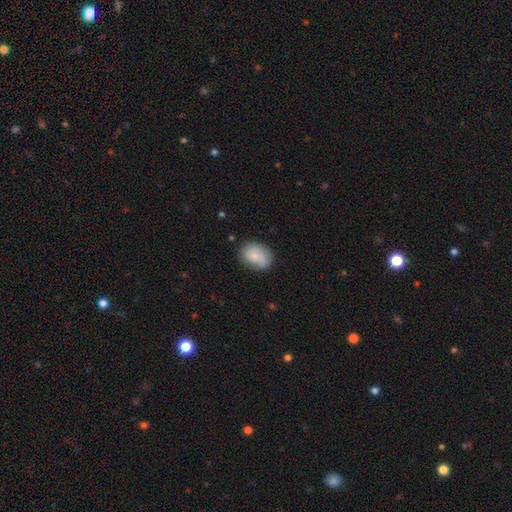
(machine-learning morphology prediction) smooth 76%, featured or disk 17%, star or artifact 7%. Down the decision tree: how rounded — in between (68%); merging — none (69%).